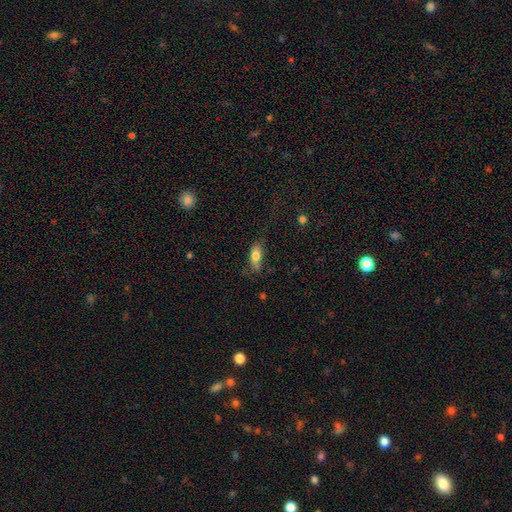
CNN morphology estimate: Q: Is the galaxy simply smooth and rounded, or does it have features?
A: smooth — 78%.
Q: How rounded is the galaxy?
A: in between — 84%.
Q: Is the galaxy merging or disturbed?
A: none — 59%.